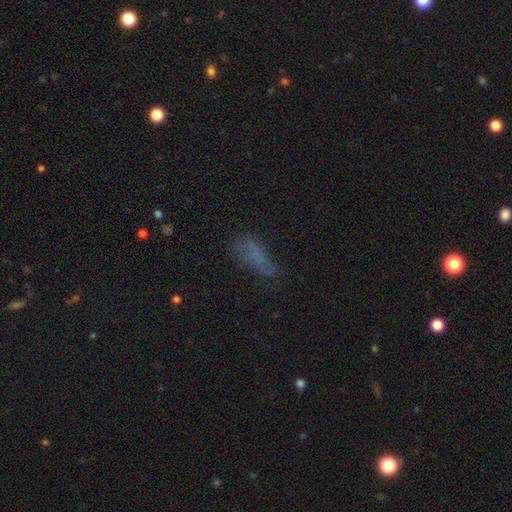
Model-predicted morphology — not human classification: This is likely a smooth galaxy (62%). How rounded: likely in between (64%). Merging: possibly none (49%).